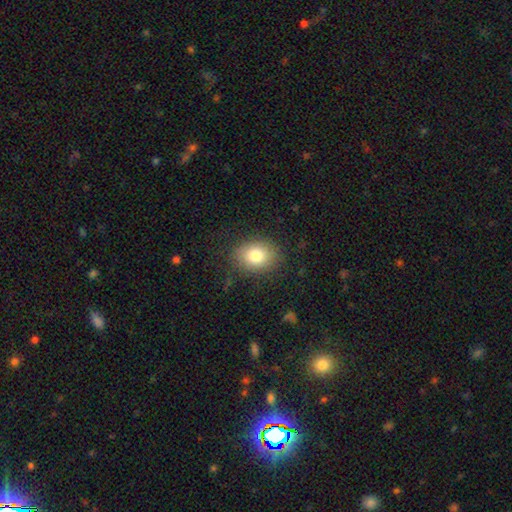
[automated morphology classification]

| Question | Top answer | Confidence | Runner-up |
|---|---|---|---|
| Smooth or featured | smooth | 80% | featured or disk (10%) |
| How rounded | in between | 55% | round (44%) |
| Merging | none | 83% | minor disturbance (12%) |